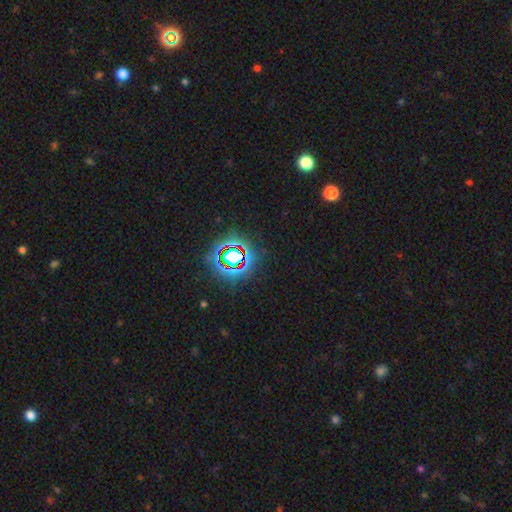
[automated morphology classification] Smooth or featured? star or artifact (74%)